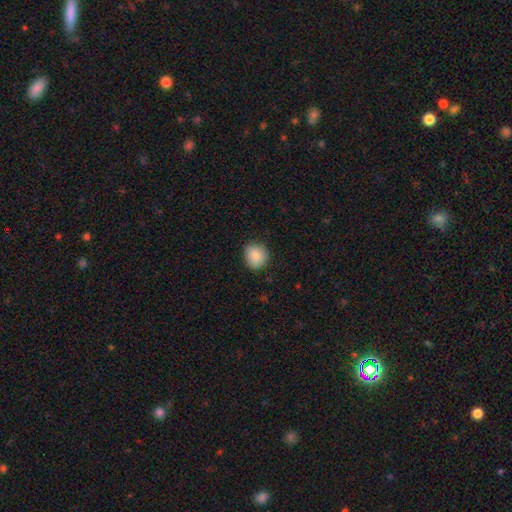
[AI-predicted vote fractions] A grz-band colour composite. It shows a smooth galaxy with no disk features (88%) that is round (82%). Merging: none (87%).